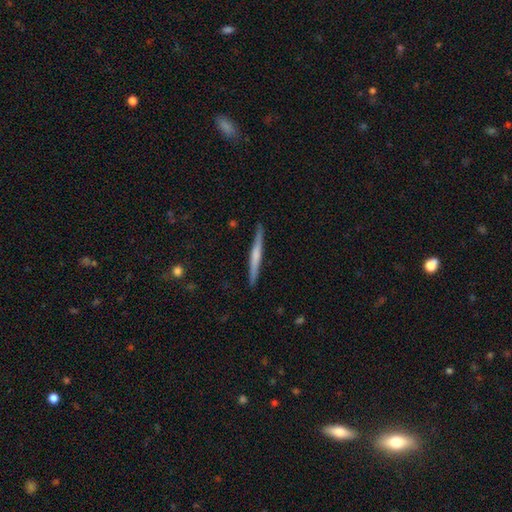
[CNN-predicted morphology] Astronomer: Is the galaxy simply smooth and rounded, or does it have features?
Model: featured or disk — 50% (runner-up: smooth, 45%).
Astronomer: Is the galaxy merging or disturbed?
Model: none — 90%.